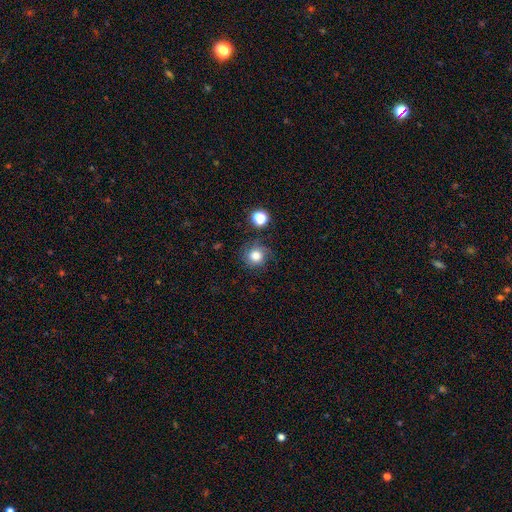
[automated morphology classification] Smooth or featured: smooth — 73% (featured or disk — 14%)
How rounded: round — 89% (in between — 10%)
Merging: none — 73% (minor disturbance — 16%)